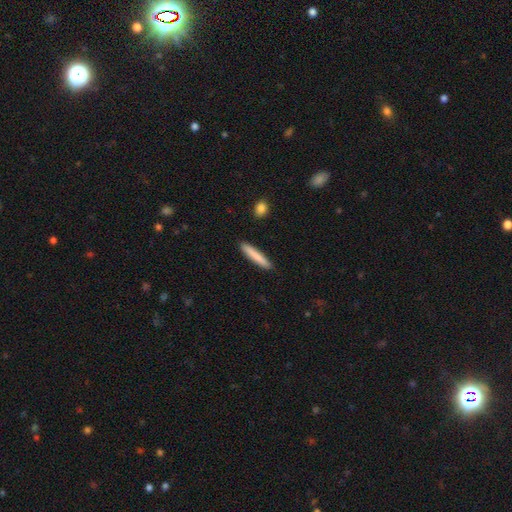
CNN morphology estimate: Overall: smooth (82%). How rounded: cigar-shaped (93%). Merging: none (91%).